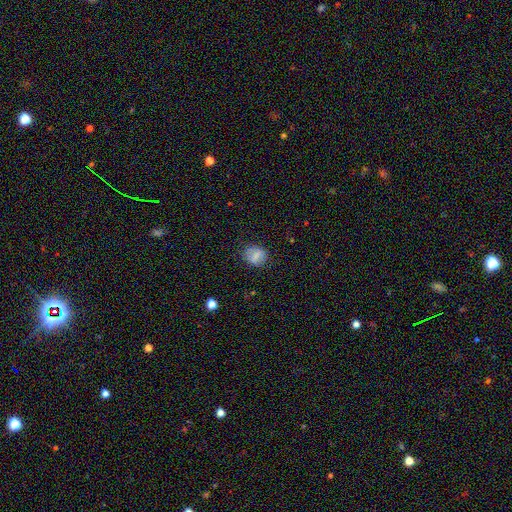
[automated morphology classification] smooth-or-featured: smooth: 68% | featured or disk: 21% | star or artifact: 11%
  how-rounded: round: 56% | in between: 43% | cigar-shaped: 2%
  merging: none: 77% | minor disturbance: 16% | major disturbance: 5% | merger: 2%